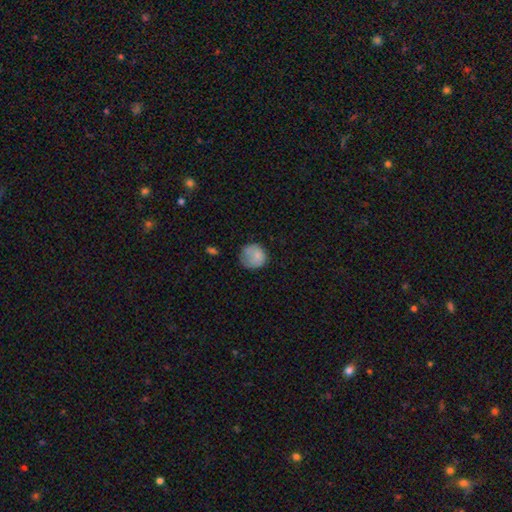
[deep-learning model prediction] A smooth galaxy with no disk features (78%) that is round (86%).

Vote fractions:
- Smooth or featured? smooth: 78% / featured or disk: 13% / star or artifact: 8%
- How rounded? round: 86% / in between: 13% / cigar-shaped: 1%
- Merging? none: 59% / minor disturbance: 27% / major disturbance: 11% / merger: 3%